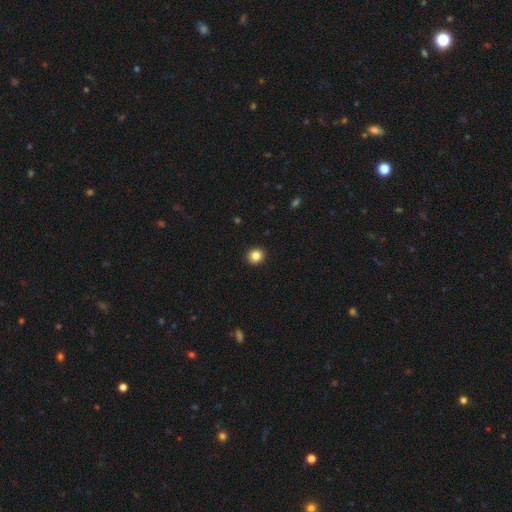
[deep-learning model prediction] Morphology: type=smooth (85%); roundness=round (89%); merging=none (93%).